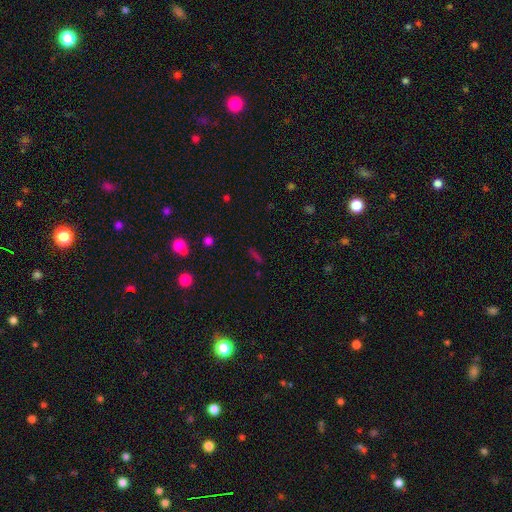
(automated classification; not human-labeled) This is marginally a star or artifact rather than a galaxy (43%).